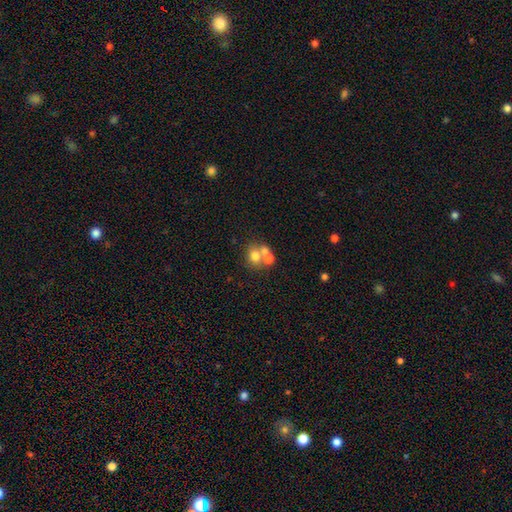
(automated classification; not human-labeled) Smooth or featured? smooth (66%)
How rounded? round (70%)
Merging? merger (51%)